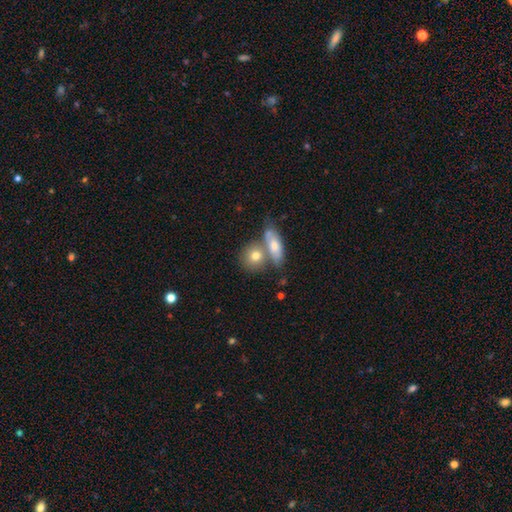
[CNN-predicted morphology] This is likely a smooth galaxy (70%). How rounded: possibly round (53%). Merging: marginally none (44%).